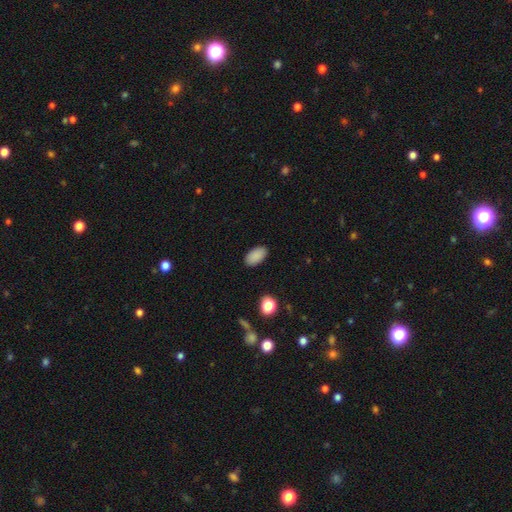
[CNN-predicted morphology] This appears to be a smooth galaxy with no disk features (88%) that is in between round and cigar-shaped (95%). Merging: none (89%).